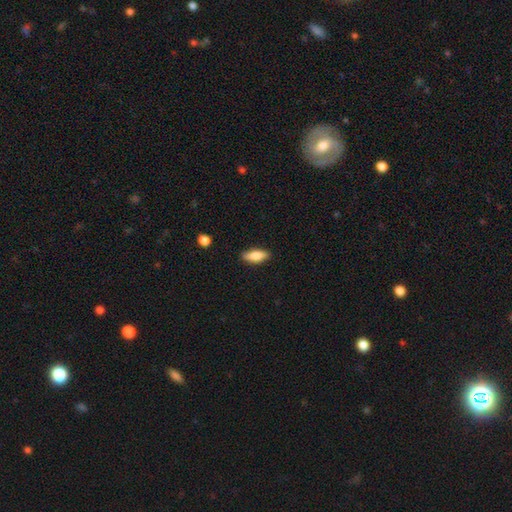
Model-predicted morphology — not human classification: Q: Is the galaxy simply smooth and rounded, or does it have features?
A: smooth — 77%.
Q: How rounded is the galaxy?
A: in between — 71%.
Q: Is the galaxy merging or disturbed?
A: none — 85%.